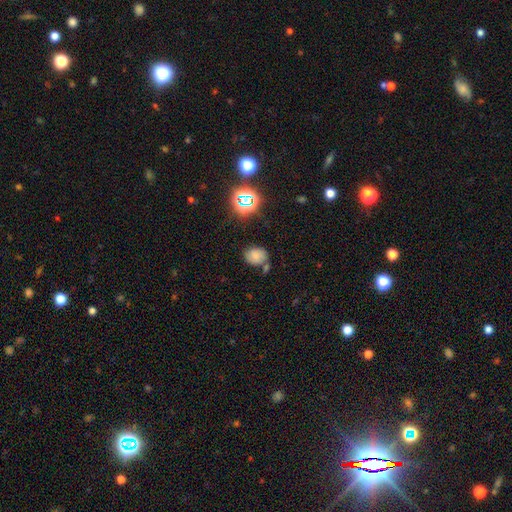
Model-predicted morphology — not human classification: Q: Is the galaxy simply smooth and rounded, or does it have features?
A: smooth — 69%.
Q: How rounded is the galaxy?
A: round — 53%.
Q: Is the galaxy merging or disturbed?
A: none — 63%.